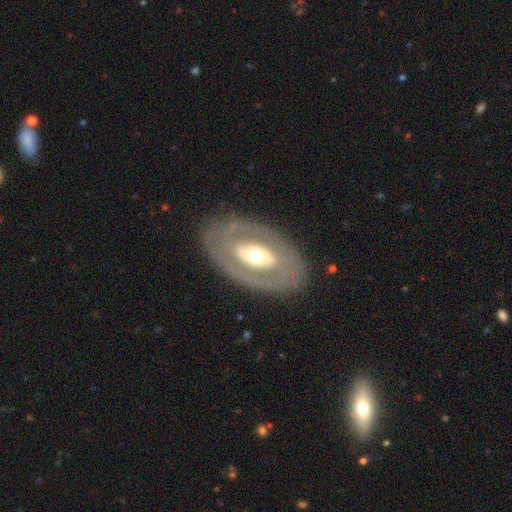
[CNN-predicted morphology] Smooth or featured?
  - featured or disk: 65% *
  - smooth: 29%
  - star or artifact: 6%
Edge-on disk?
  - no: 90% *
  - yes: 10%
Bar?
  - no: 70% *
  - weak: 17%
  - strong: 13%
Spiral arms?
  - no: 81% *
  - yes: 19%
Bulge size?
  - moderate: 64% *
  - large: 21%
  - small: 12%
  - dominant: 2%
  - none: 1%
Merging?
  - none: 81% *
  - minor disturbance: 11%
  - major disturbance: 7%
  - merger: 1%